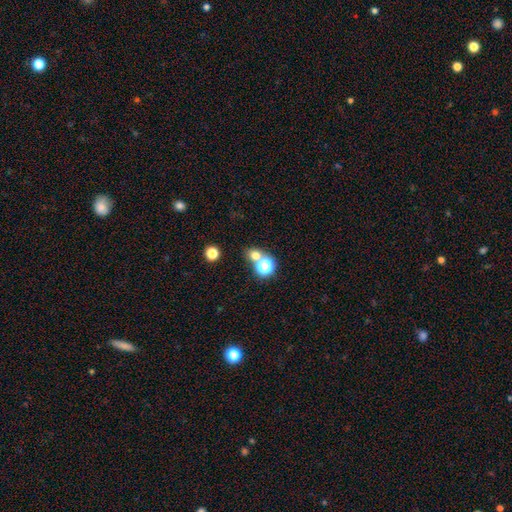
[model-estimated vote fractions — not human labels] A smooth galaxy with no disk features (67%) that is round (76%).

Vote fractions:
- Smooth or featured? smooth: 67% / star or artifact: 25% / featured or disk: 8%
- How rounded? round: 76% / in between: 22% / cigar-shaped: 1%
- Merging? none: 59% / merger: 30% / minor disturbance: 7% / major disturbance: 3%